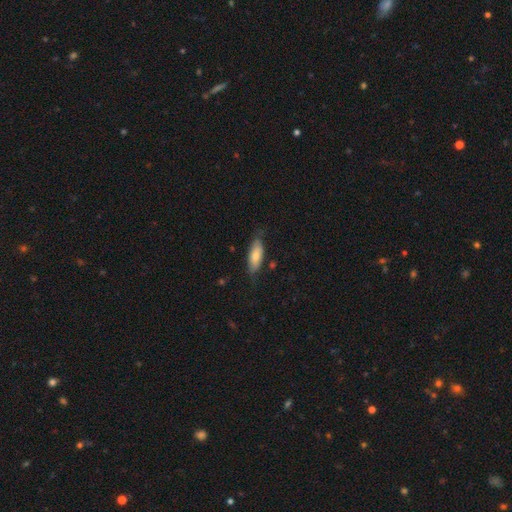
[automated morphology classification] This is likely a smooth galaxy (73%). How rounded: likely in between (72%). Merging: likely none (69%).